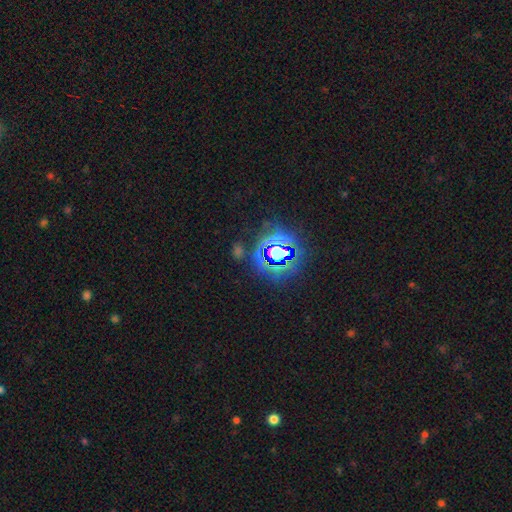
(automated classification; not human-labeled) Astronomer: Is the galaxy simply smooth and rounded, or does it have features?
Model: star or artifact — 82%.